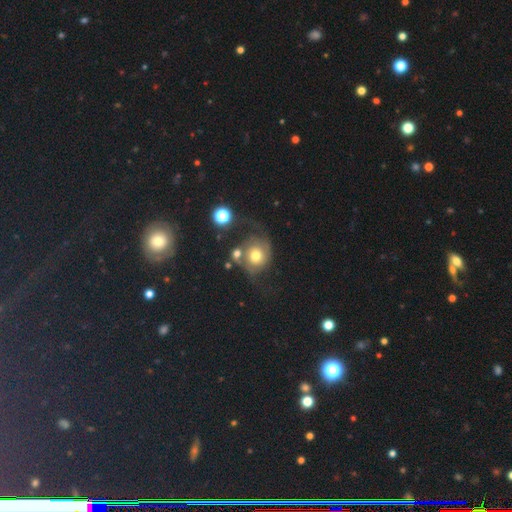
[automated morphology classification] The model was most divided on "merging": none: 37%, major disturbance: 25%, minor disturbance: 19%, merger: 18%. More confident: edge-on disk — no (97%); bar — no (80%); spiral arms — yes (79%); bulge size — moderate (65%); smooth or featured — featured or disk (54%).